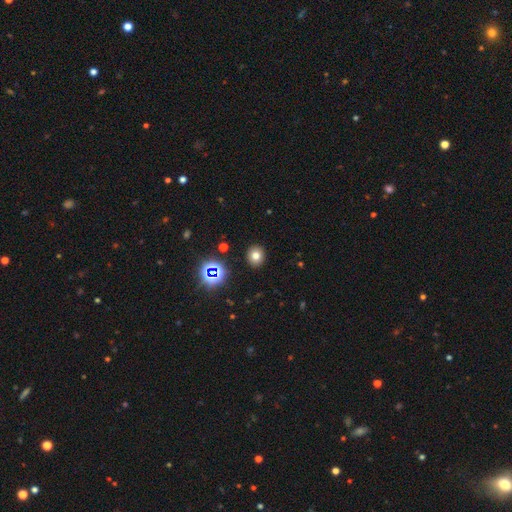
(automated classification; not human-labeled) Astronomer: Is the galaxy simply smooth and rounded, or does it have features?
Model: smooth — 73%.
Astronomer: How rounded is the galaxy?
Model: round — 81%.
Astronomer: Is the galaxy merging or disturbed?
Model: none — 91%.